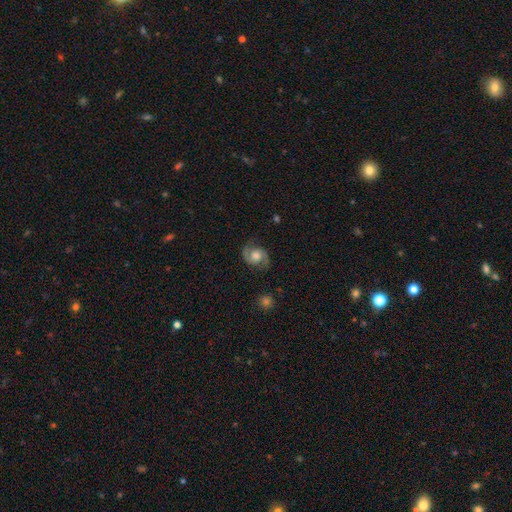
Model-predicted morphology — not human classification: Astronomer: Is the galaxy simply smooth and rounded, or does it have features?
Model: featured or disk — 79%.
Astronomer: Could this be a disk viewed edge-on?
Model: no — 98%.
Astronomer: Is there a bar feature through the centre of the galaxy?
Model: no — 66%.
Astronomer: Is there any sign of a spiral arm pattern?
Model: yes — 95%.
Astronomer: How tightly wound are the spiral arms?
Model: medium — 55%.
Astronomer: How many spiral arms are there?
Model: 2 — 93%.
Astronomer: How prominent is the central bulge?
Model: moderate — 52% (runner-up: large, 29%).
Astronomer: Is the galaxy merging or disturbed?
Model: none — 80%.